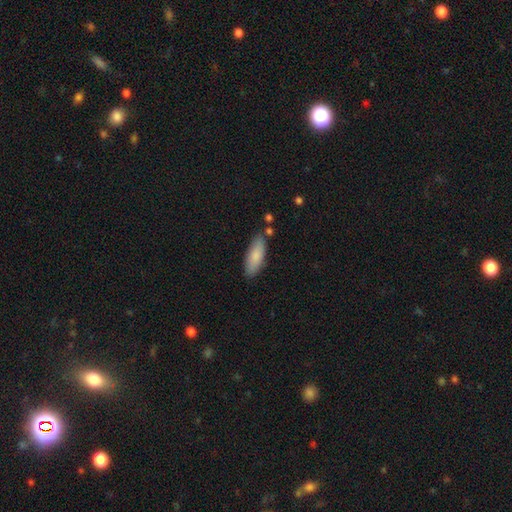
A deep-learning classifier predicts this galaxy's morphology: smooth 83%, featured or disk 11%, star or artifact 6%. Down the decision tree: how rounded — in between (65%); merging — none (81%).